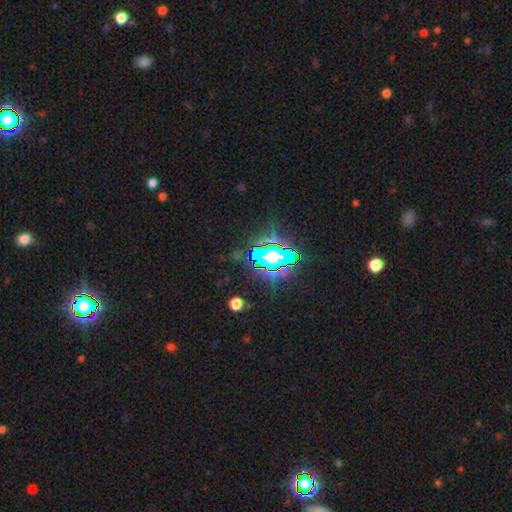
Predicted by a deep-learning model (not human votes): Smooth or featured?
  - star or artifact: 78% *
  - smooth: 12%
  - featured or disk: 10%